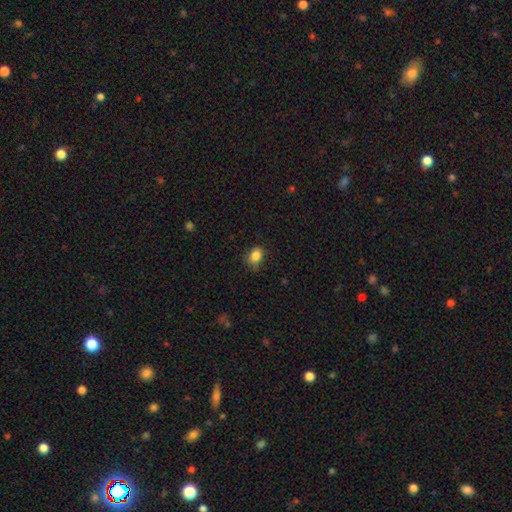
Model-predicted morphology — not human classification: A smooth galaxy with no disk features (86%) that is in between round and cigar-shaped (66%).

Vote fractions:
- Smooth or featured? smooth: 86% / star or artifact: 10% / featured or disk: 4%
- How rounded? in between: 66% / round: 33% / cigar-shaped: 1%
- Merging? none: 74% / minor disturbance: 21% / major disturbance: 4% / merger: 1%